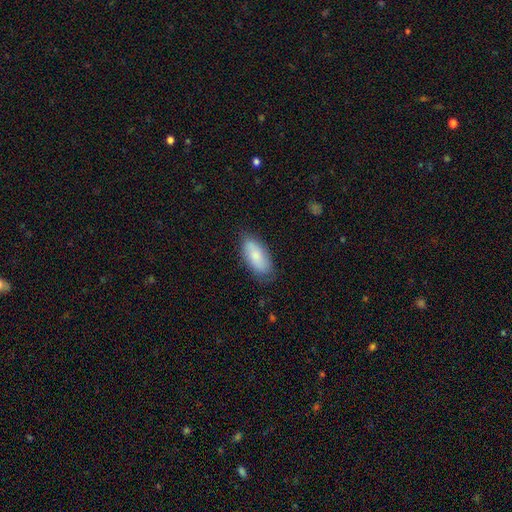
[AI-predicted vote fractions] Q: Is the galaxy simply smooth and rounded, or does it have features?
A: smooth — 78%.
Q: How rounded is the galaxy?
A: in between — 88%.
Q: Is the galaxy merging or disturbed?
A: none — 78%.